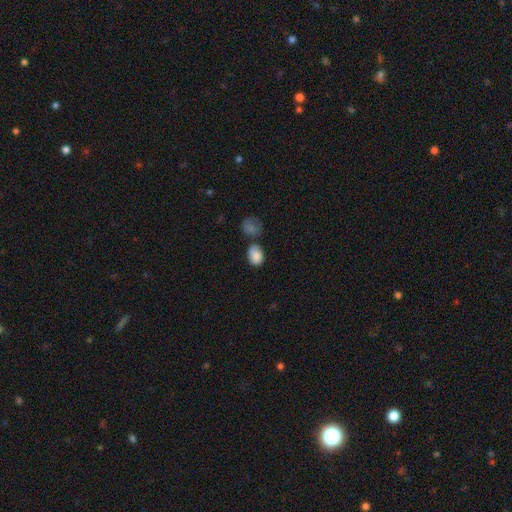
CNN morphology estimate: A smooth galaxy with no disk features (84%) that is in between round and cigar-shaped (77%). Merging: none (50%).